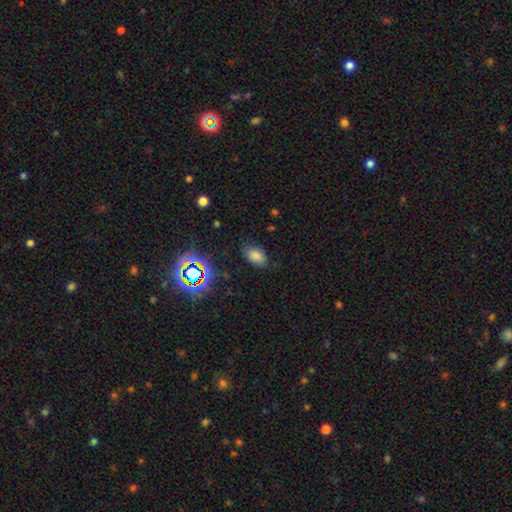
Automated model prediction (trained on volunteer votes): The model was most divided on "smooth or featured": smooth: 74%, star or artifact: 17%, featured or disk: 8%. More confident: how rounded — in between (88%); merging — none (75%).